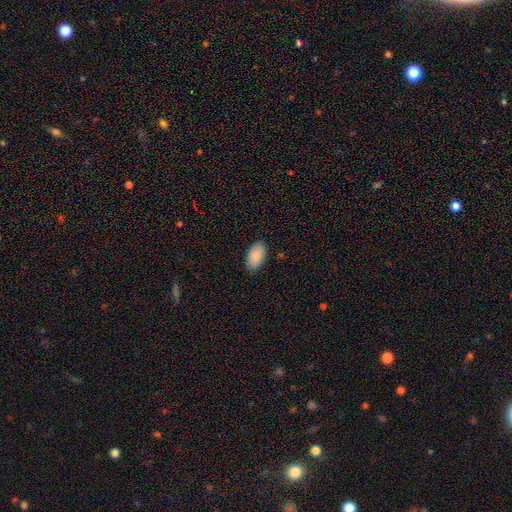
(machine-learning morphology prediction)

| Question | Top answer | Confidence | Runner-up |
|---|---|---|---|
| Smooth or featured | smooth | 89% | star or artifact (6%) |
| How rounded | in between | 95% | round (3%) |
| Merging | none | 87% | minor disturbance (10%) |